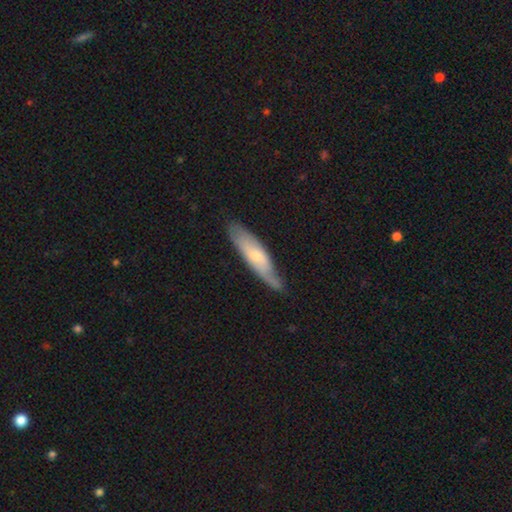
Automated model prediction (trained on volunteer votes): Smooth or featured?
  - smooth: 50% *
  - featured or disk: 44%
  - star or artifact: 5%
How rounded?
  - cigar-shaped: 67% *
  - in between: 32%
  - round: 2%
Merging?
  - none: 68% *
  - minor disturbance: 25%
  - major disturbance: 6%
  - merger: 2%